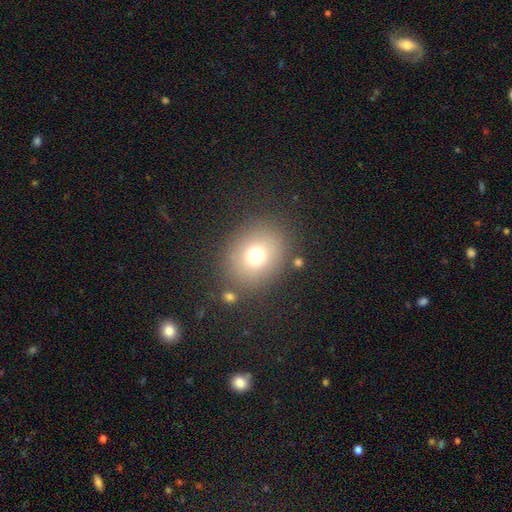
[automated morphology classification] type=smooth (71%); roundness=round (70%); merging=none (81%).